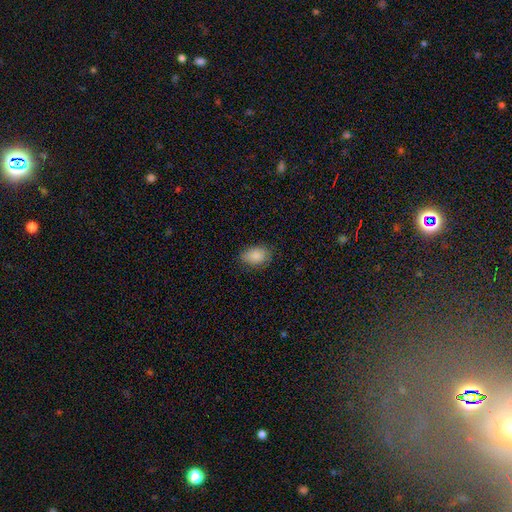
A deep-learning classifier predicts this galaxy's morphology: Smooth or featured? smooth (86%)
How rounded? in between (82%)
Merging? none (75%)